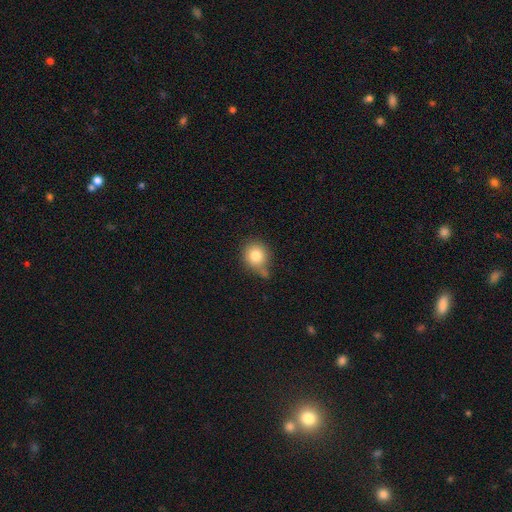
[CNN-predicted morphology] Q: Smooth or featured?
A: smooth (80%); runner-up: star or artifact (10%)
Q: How rounded?
A: round (85%); runner-up: in between (14%)
Q: Merging?
A: none (51%); runner-up: minor disturbance (28%)